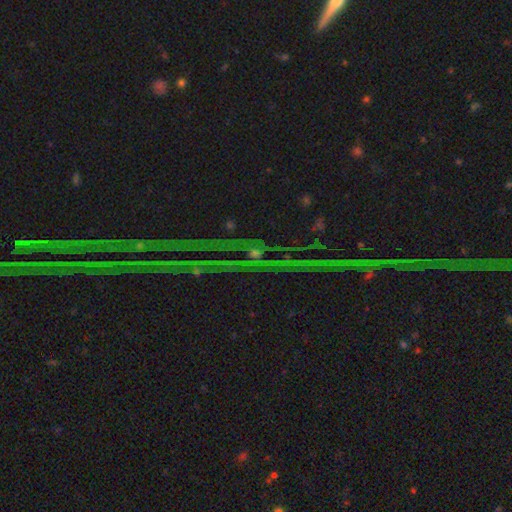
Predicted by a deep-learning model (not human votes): Overall: star or artifact (80%).